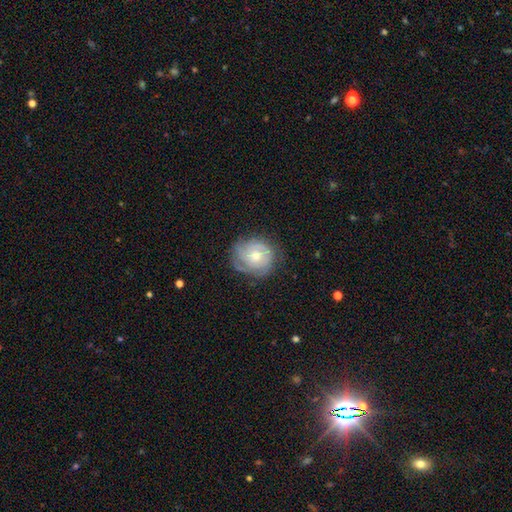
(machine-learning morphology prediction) Smooth or featured? Predicted: featured or disk (p=0.64). Edge-on disk? Predicted: no (p=0.98). Bar? Predicted: no (p=0.81). Spiral arms? Predicted: yes (p=0.83). Spiral winding? Predicted: tight (p=0.64). Spiral arm count? Predicted: can't tell (p=0.41). Bulge size? Predicted: moderate (p=0.55). Merging? Predicted: none (p=0.66).